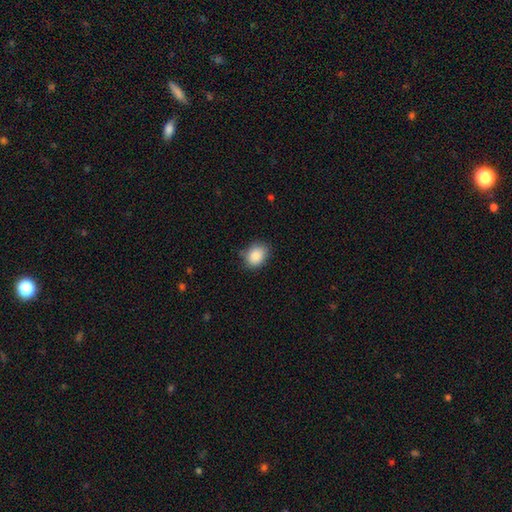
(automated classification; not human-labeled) The model was most divided on "how rounded": in between: 62%, round: 37%, cigar-shaped: 1%. More confident: smooth or featured — smooth (88%); merging — none (77%).